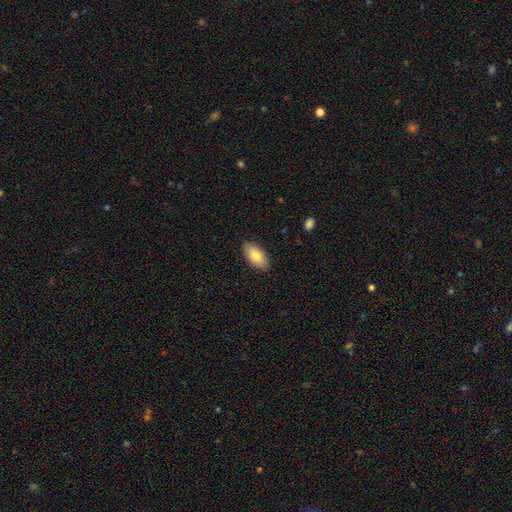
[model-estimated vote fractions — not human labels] Smooth or featured? Predicted: smooth (p=0.81). How rounded? Predicted: in between (p=0.93). Merging? Predicted: none (p=0.88).